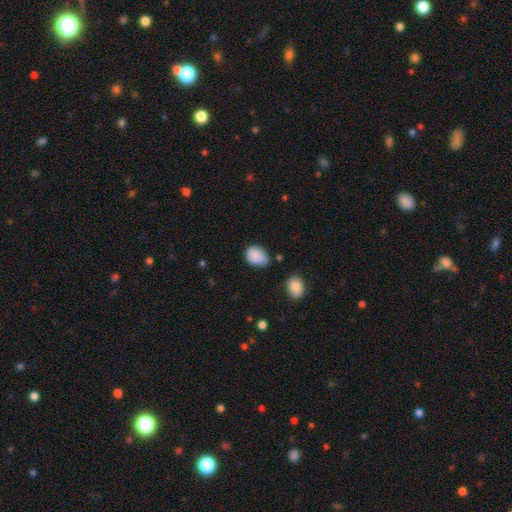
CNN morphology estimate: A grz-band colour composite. It shows a smooth galaxy with no disk features (87%) that is in between round and cigar-shaped (75%). Merging: none (62%).